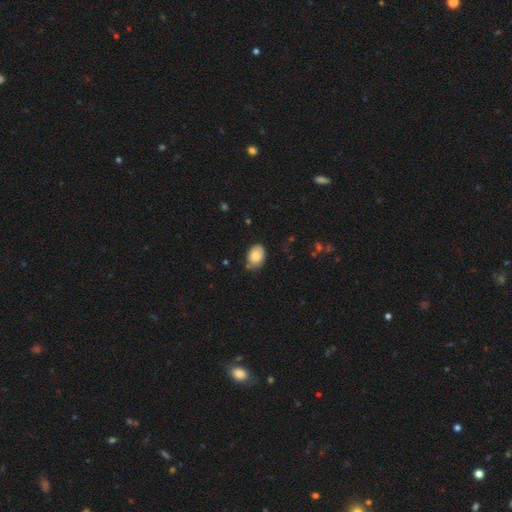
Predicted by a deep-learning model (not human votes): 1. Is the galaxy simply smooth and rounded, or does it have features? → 83% smooth, 10% featured or disk, 7% star or artifact.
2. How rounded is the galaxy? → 80% in between, 19% round, 1% cigar-shaped.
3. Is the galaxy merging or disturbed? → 72% none, 22% minor disturbance, 4% major disturbance, 2% merger.